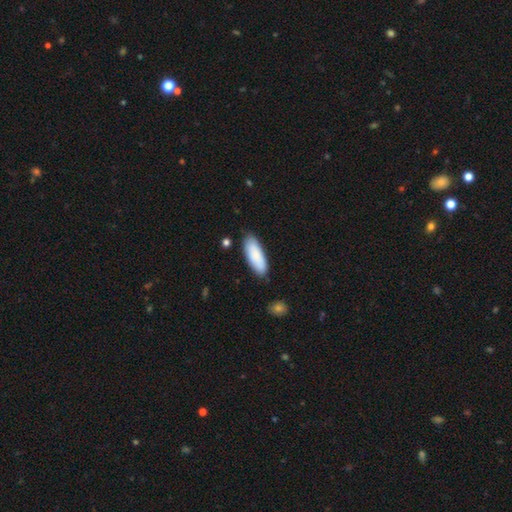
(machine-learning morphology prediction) Smooth or featured? smooth (85%)
How rounded? in between (69%)
Merging? none (83%)